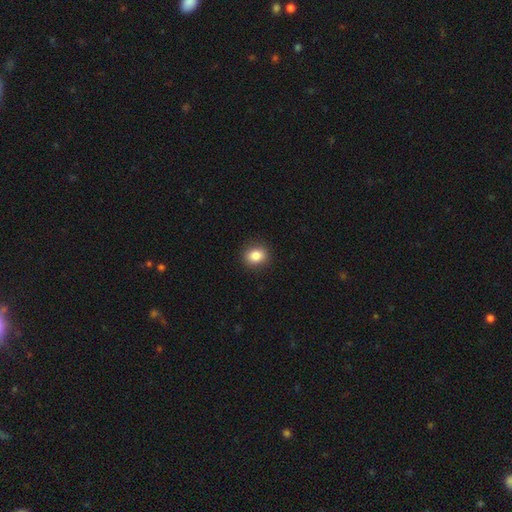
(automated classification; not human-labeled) Smooth or featured? Predicted: smooth (p=0.84). How rounded? Predicted: round (p=0.65). Merging? Predicted: none (p=0.90).